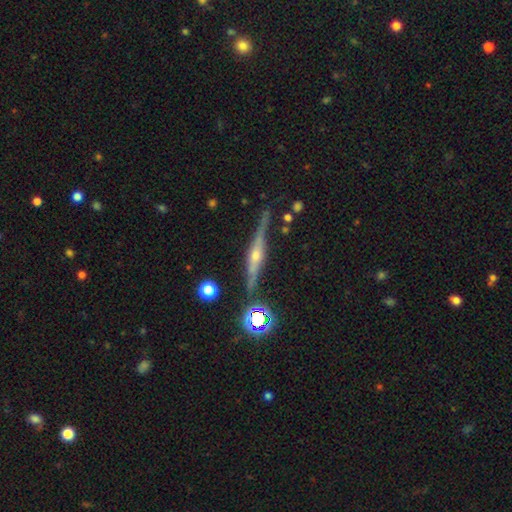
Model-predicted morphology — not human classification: featured or disk 80%, star or artifact 10%, smooth 10%. Down the decision tree: edge-on disk — yes (97%); edge-on bulge — rounded (87%); merging — none (85%).